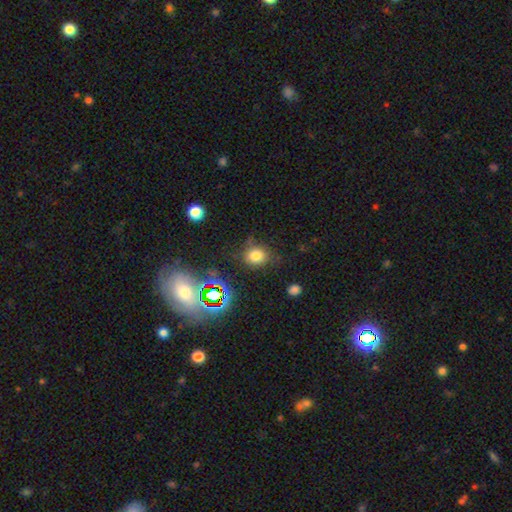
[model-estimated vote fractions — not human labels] Smooth or featured?
  - smooth: 73% *
  - star or artifact: 19%
  - featured or disk: 8%
How rounded?
  - round: 66% *
  - in between: 32%
  - cigar-shaped: 1%
Merging?
  - none: 75% *
  - minor disturbance: 16%
  - major disturbance: 6%
  - merger: 3%